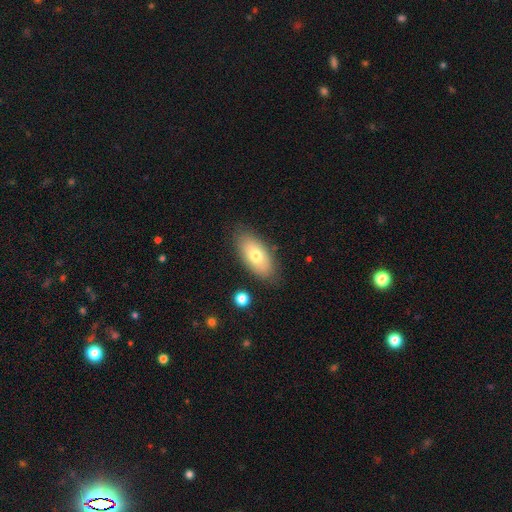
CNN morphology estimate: Q: Smooth or featured?
A: smooth (68%); runner-up: featured or disk (25%)
Q: How rounded?
A: in between (90%); runner-up: cigar-shaped (6%)
Q: Merging?
A: none (81%); runner-up: minor disturbance (13%)